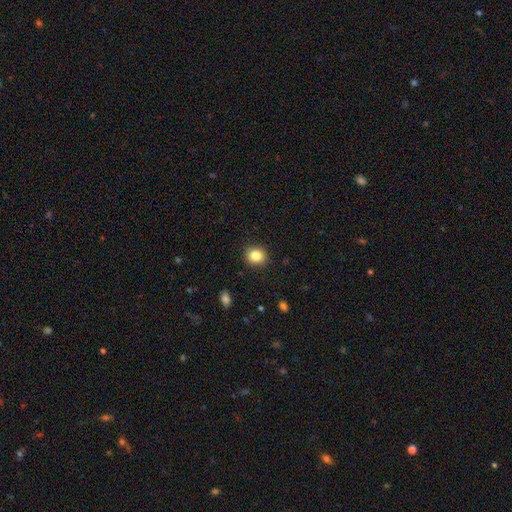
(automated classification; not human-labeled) smooth 84%, star or artifact 10%, featured or disk 6%. Down the decision tree: how rounded — round (75%); merging — none (90%).